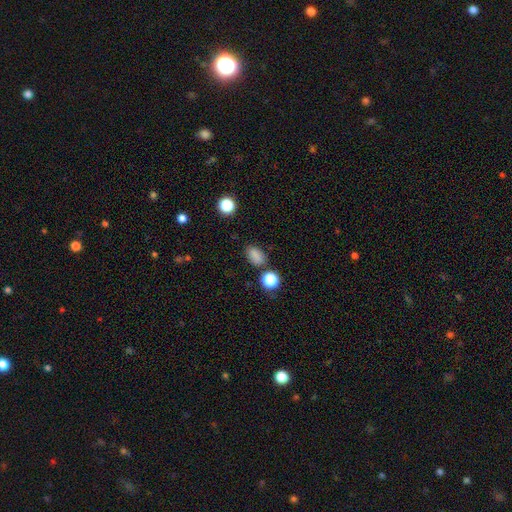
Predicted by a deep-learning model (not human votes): Smooth or featured? Predicted: smooth (p=0.81). How rounded? Predicted: in between (p=0.82). Merging? Predicted: none (p=0.77).